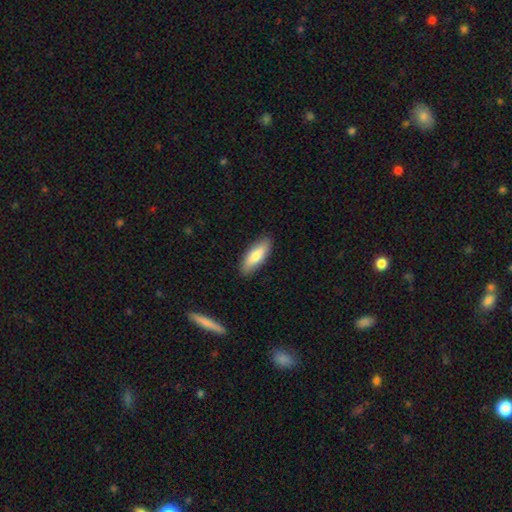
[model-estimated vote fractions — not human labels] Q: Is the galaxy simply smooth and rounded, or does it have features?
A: smooth — 77%.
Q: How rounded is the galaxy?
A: in between — 64%.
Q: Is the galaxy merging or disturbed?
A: none — 87%.